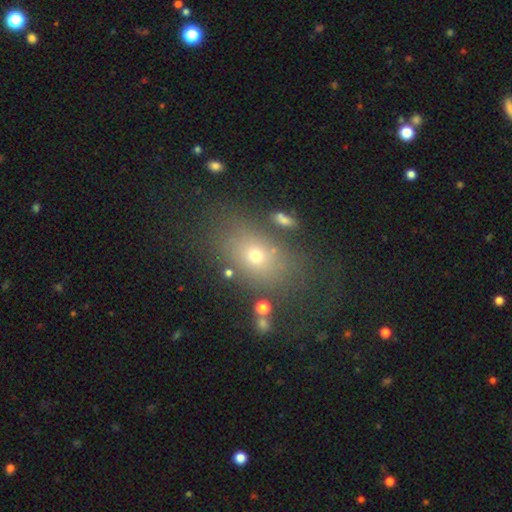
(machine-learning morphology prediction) Q: Smooth or featured?
A: smooth (62%); runner-up: star or artifact (19%)
Q: How rounded?
A: in between (70%); runner-up: round (28%)
Q: Merging?
A: none (70%); runner-up: minor disturbance (15%)